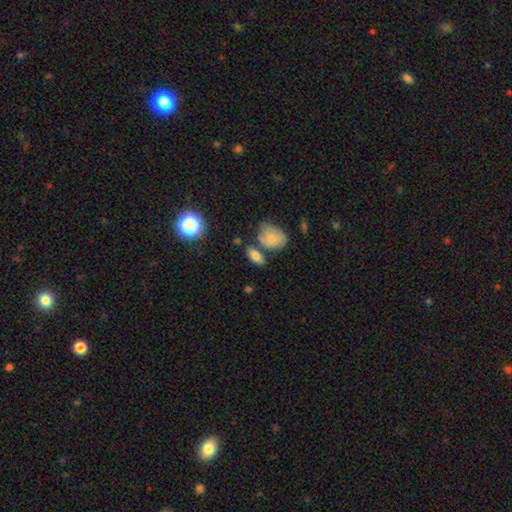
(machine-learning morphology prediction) The model was most divided on "merging": none: 62%, merger: 18%, minor disturbance: 15%, major disturbance: 5%. More confident: how rounded — in between (81%); smooth or featured — smooth (75%).